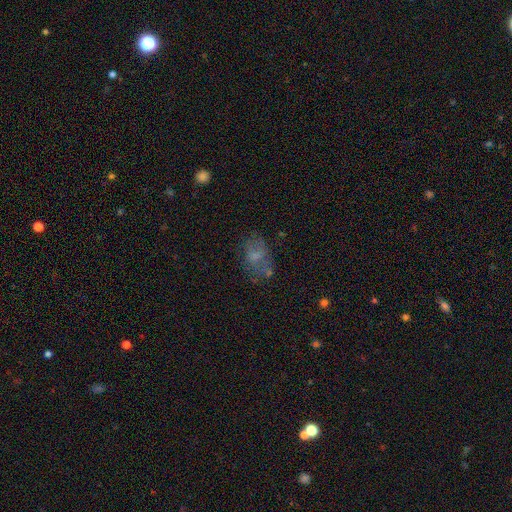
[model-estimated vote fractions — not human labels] The model was most divided on "smooth or featured": smooth: 56%, featured or disk: 32%, star or artifact: 13%. More confident: how rounded — in between (84%); merging — none (51%).